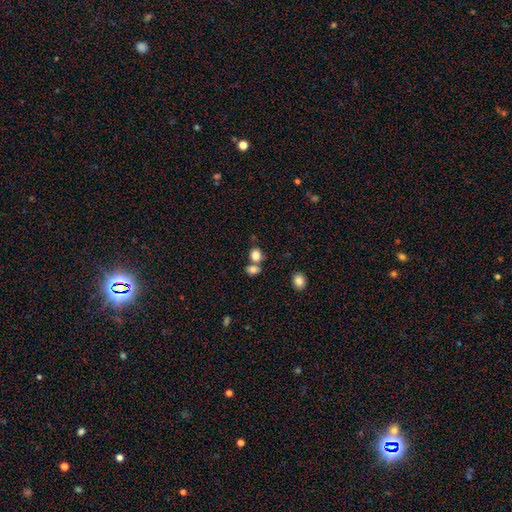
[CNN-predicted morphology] Smooth or featured? smooth (83%)
How rounded? round (61%)
Merging? none (50%)